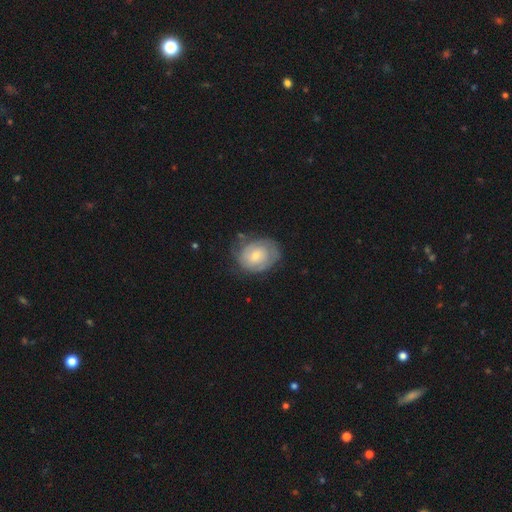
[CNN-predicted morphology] This is possibly a featured or disk galaxy (56%). It is clearly not viewed edge-on (97%). Bar: likely no (66%). Spiral arm pattern: likely yes (75%). Central bulge: possibly small (54%). Merging: possibly none (60%).